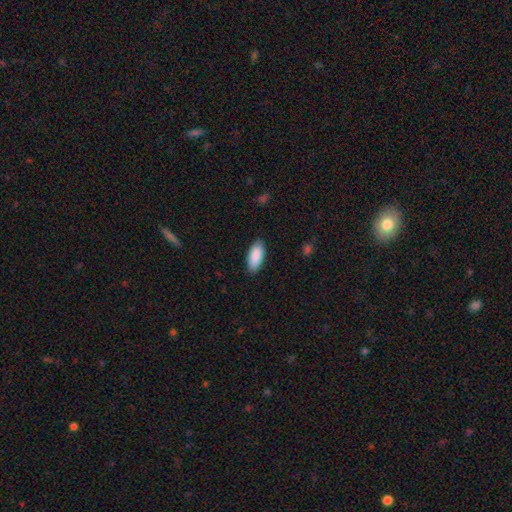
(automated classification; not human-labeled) Morphology: type=smooth (90%); roundness=in between (86%); merging=none (87%).